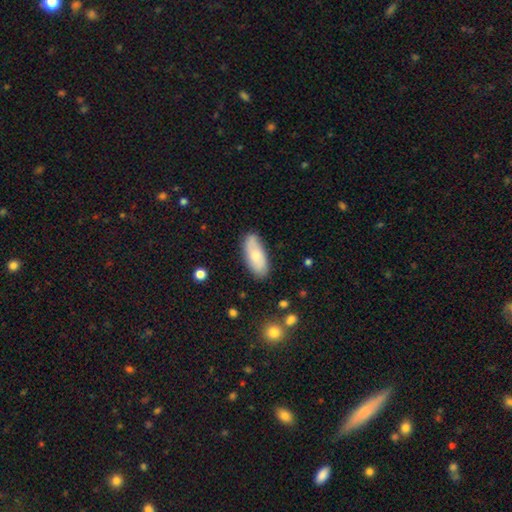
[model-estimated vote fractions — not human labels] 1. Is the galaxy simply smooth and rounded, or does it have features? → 68% smooth, 25% featured or disk, 6% star or artifact.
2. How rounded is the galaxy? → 83% in between, 14% cigar-shaped, 2% round.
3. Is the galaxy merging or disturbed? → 77% none, 18% minor disturbance, 3% major disturbance, 2% merger.